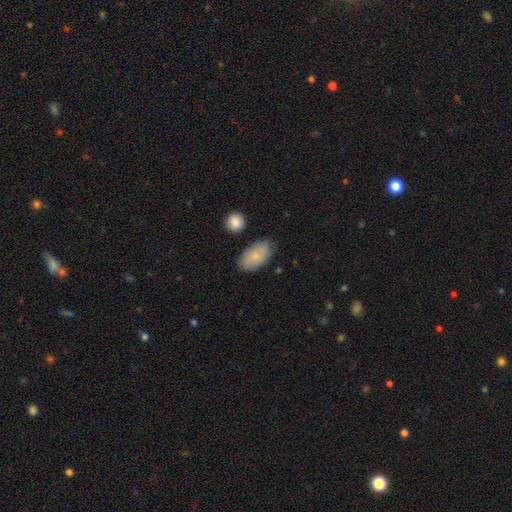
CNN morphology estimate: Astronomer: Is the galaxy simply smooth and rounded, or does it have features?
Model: smooth — 84%.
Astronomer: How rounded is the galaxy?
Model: in between — 94%.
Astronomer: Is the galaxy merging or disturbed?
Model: none — 77%.